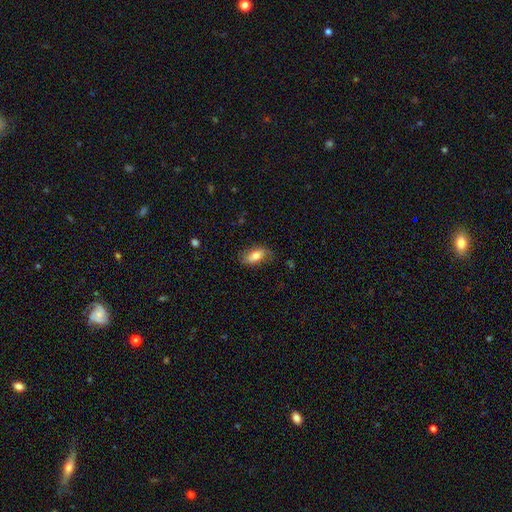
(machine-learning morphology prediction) Q: Smooth or featured?
A: smooth (72%); runner-up: featured or disk (21%)
Q: How rounded?
A: in between (86%); runner-up: cigar-shaped (8%)
Q: Merging?
A: none (75%); runner-up: minor disturbance (19%)